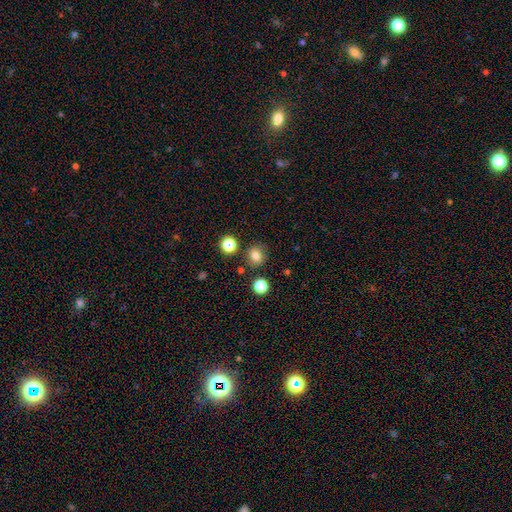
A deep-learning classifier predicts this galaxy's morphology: type=smooth (79%); roundness=round (83%); merging=none (83%).